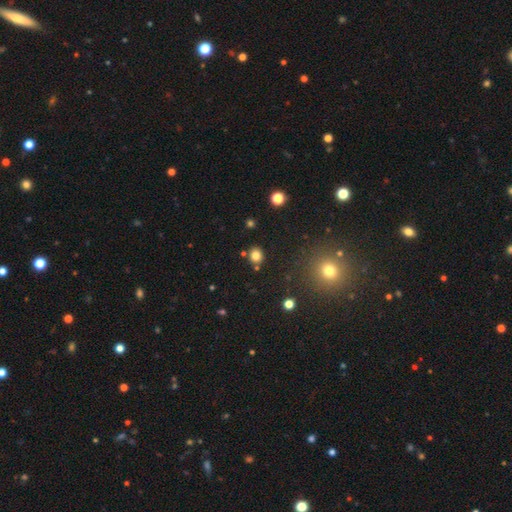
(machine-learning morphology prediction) A smooth galaxy with no disk features (80%) that is round (77%). Merging: none (83%).